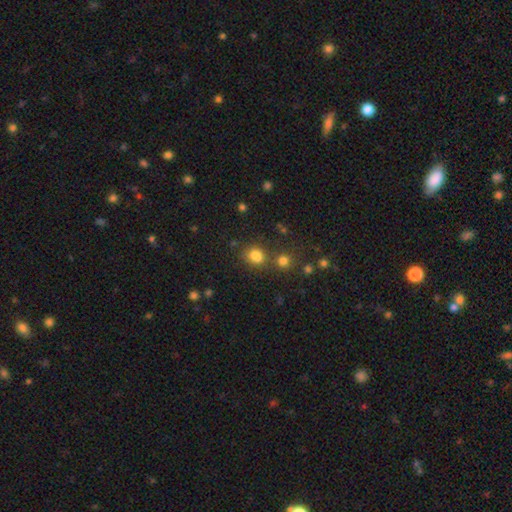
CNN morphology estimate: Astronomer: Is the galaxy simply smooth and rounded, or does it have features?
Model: smooth — 79%.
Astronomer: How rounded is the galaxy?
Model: round — 53% (runner-up: in between, 46%).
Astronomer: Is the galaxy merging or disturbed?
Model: none — 59%.